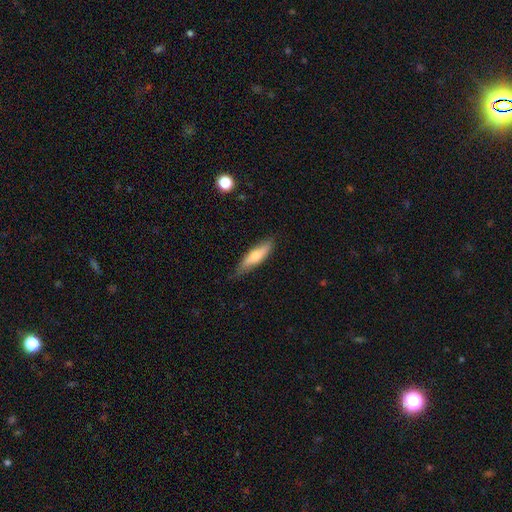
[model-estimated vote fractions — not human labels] A smooth galaxy with no disk features (63%) that is cigar-shaped (64%).

Vote fractions:
- Smooth or featured? smooth: 63% / featured or disk: 31% / star or artifact: 6%
- How rounded? cigar-shaped: 64% / in between: 34% / round: 2%
- Merging? none: 75% / minor disturbance: 21% / major disturbance: 3% / merger: 1%